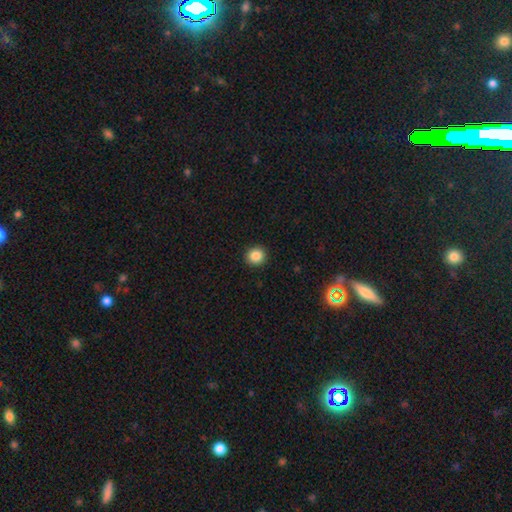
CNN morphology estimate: A smooth galaxy with no disk features (86%) that is round (92%). Merging: none (93%).